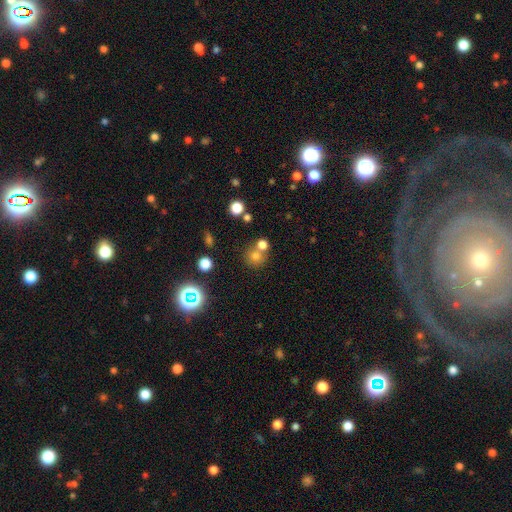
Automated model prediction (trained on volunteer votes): This appears to be a smooth galaxy with no disk features (69%) that is round (90%). Merging: none (58%).